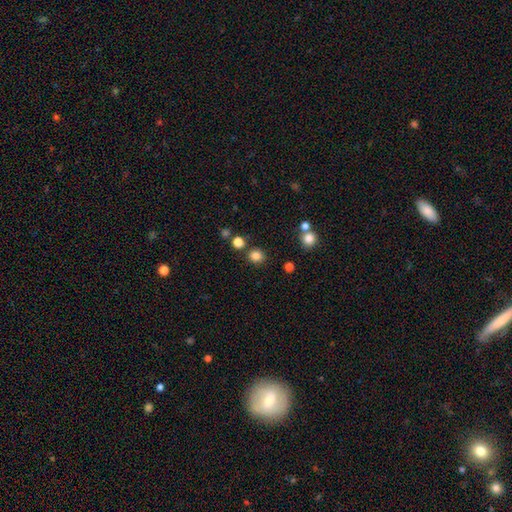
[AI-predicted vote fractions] The model was most divided on "how rounded": round: 84%, in between: 15%, cigar-shaped: 1%. More confident: merging — none (84%); smooth or featured — smooth (83%).